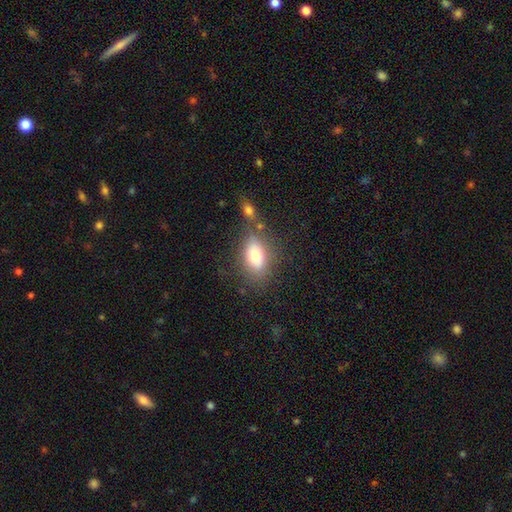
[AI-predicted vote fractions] A smooth galaxy with no disk features (75%) that is in between round and cigar-shaped (83%). Merging: none (65%).